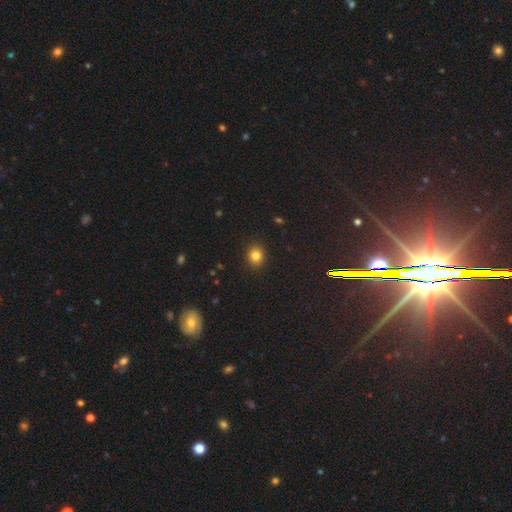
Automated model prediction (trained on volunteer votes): Q: Smooth or featured?
A: smooth (82%); runner-up: star or artifact (12%)
Q: How rounded?
A: round (65%); runner-up: in between (34%)
Q: Merging?
A: none (90%); runner-up: minor disturbance (7%)